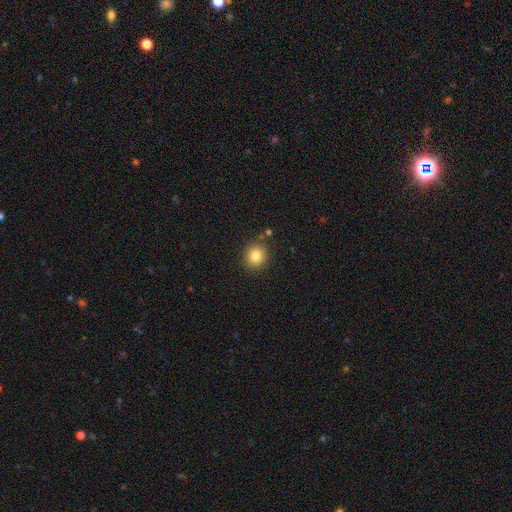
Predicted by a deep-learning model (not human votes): A smooth galaxy with no disk features (82%) that is round (81%).

Vote fractions:
- Smooth or featured? smooth: 82% / star or artifact: 11% / featured or disk: 7%
- How rounded? round: 81% / in between: 19% / cigar-shaped: 1%
- Merging? none: 85% / minor disturbance: 9% / merger: 4% / major disturbance: 2%